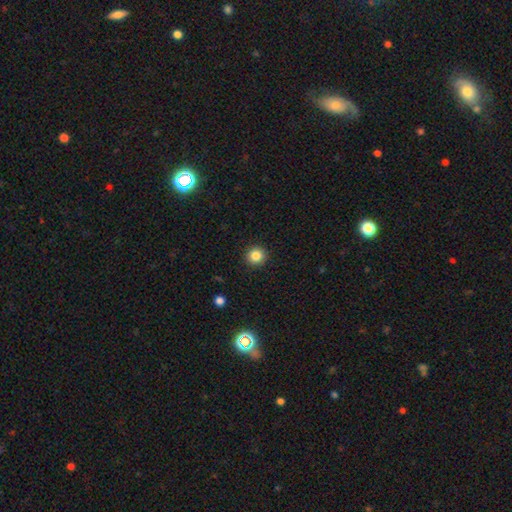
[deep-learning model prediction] The model was most divided on "smooth or featured": smooth: 84%, star or artifact: 11%, featured or disk: 5%. More confident: how rounded — round (93%); merging — none (93%).